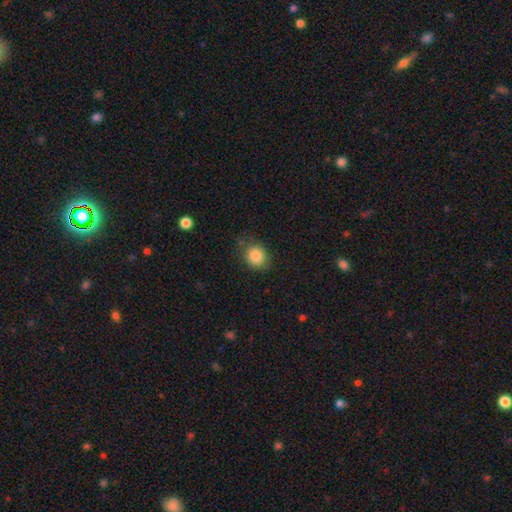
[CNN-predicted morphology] A smooth galaxy with no disk features (87%) that is round (70%).

Vote fractions:
- Smooth or featured? smooth: 87% / star or artifact: 9% / featured or disk: 5%
- How rounded? round: 70% / in between: 29% / cigar-shaped: 1%
- Merging? none: 77% / minor disturbance: 16% / major disturbance: 5% / merger: 2%